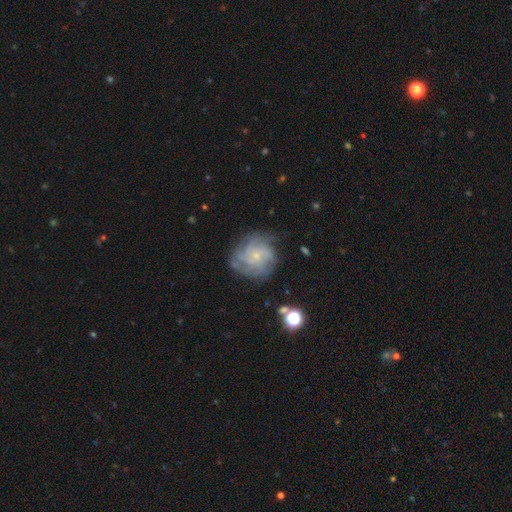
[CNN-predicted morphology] Overall: featured or disk (72%). Edge-on disk: no (98%). Bar: no (79%). Spiral arms: yes (90%). Spiral arm count: can't tell (40%; 4 22%). Spiral winding: tight (57%; medium 32%). Bulge size: small (80%). Merging: none (69%).